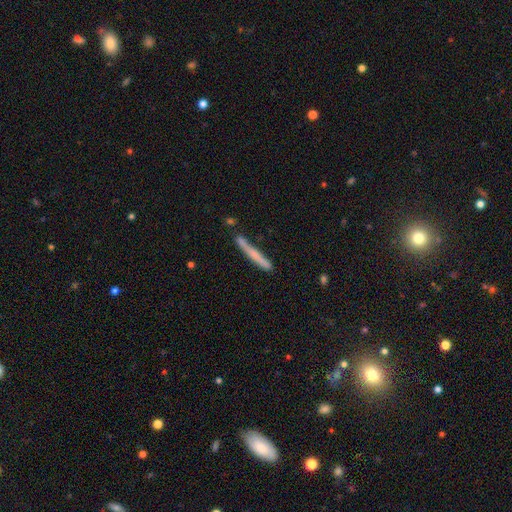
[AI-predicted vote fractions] This is possibly a smooth galaxy (59%). How rounded: clearly cigar-shaped (96%). Merging: likely none (73%).